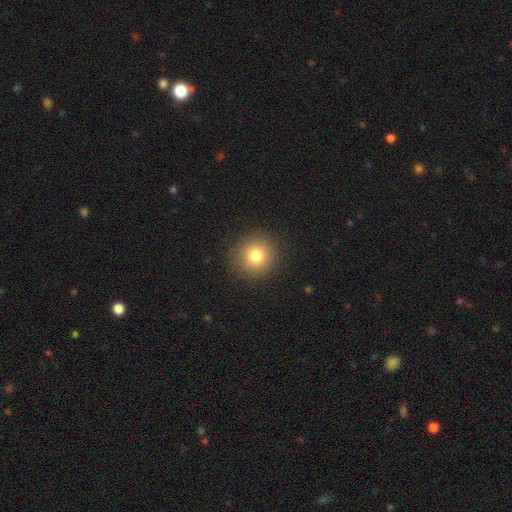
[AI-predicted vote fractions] Morphology: type=smooth (80%); roundness=round (93%); merging=none (90%).